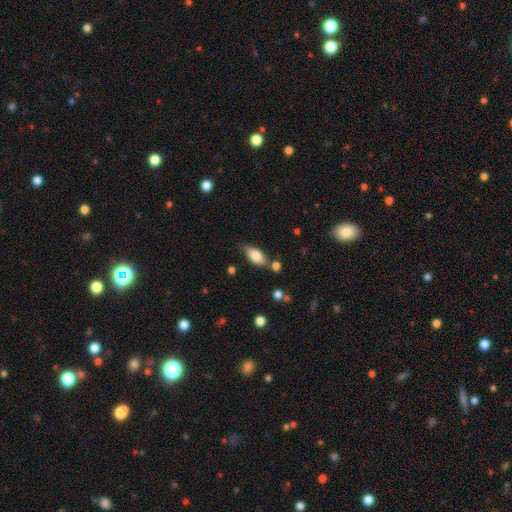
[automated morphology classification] smooth 79%, featured or disk 13%, star or artifact 7%. Down the decision tree: how rounded — in between (86%); merging — none (67%).